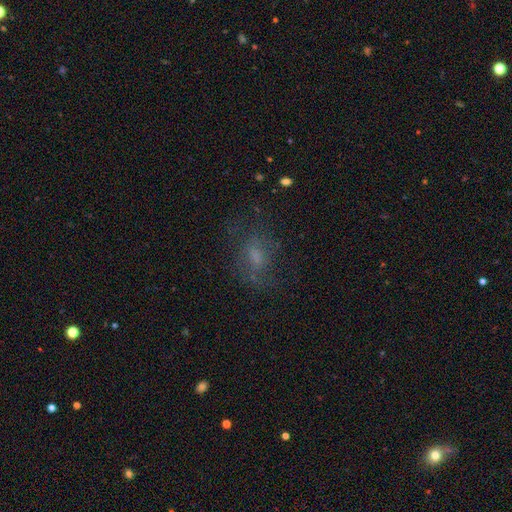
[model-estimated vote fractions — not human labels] Smooth or featured? smooth (47%)
Merging? none (58%)